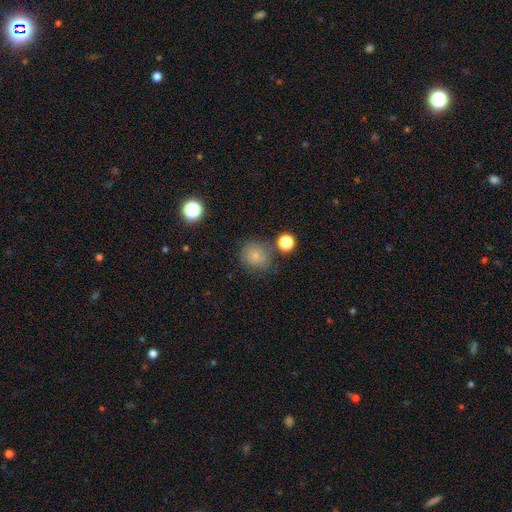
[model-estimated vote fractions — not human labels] Smooth or featured? Predicted: smooth (p=0.78). How rounded? Predicted: round (p=0.79). Merging? Predicted: none (p=0.70).